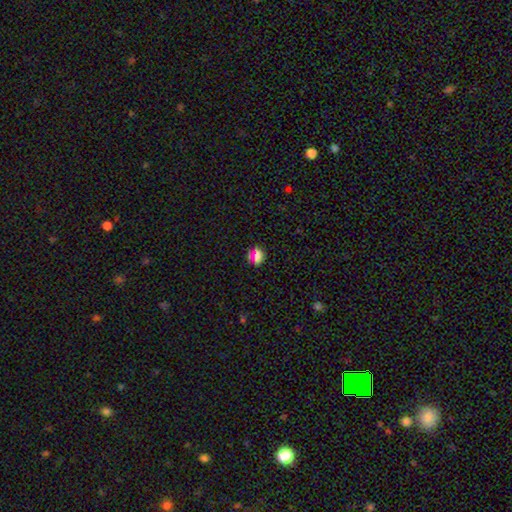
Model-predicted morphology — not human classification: Smooth or featured? smooth (68%)
How rounded? round (55%)
Merging? none (83%)